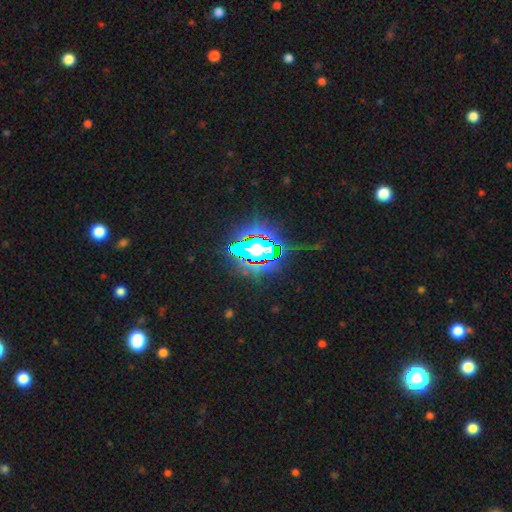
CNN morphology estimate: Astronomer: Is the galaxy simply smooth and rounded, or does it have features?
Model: star or artifact — 85%.